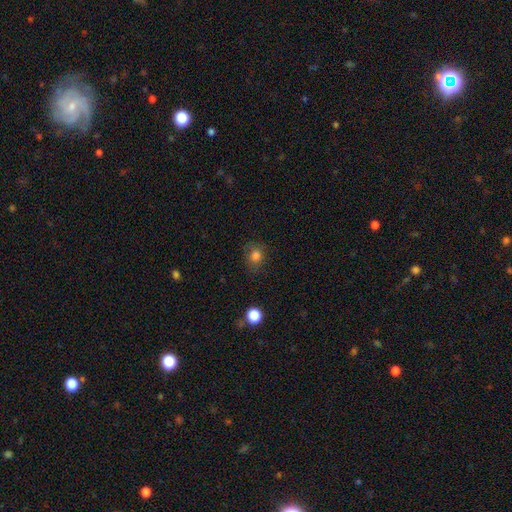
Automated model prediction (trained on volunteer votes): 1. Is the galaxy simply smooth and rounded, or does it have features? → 80% smooth, 13% star or artifact, 7% featured or disk.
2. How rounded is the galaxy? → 70% round, 29% in between, 1% cigar-shaped.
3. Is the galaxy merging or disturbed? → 75% none, 17% minor disturbance, 6% major disturbance, 2% merger.